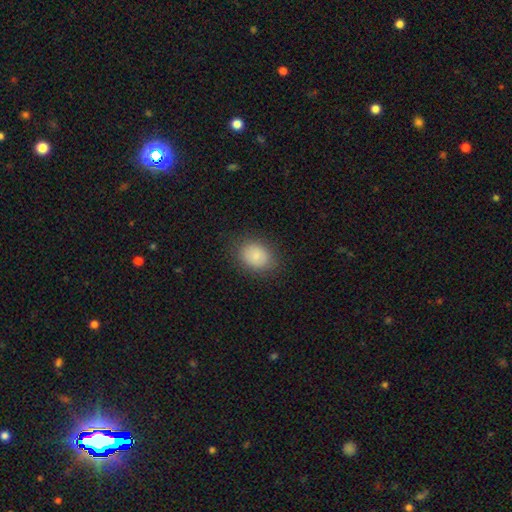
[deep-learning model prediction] A smooth galaxy with no disk features (87%) that is in between round and cigar-shaped (57%).

Vote fractions:
- Smooth or featured? smooth: 87% / star or artifact: 8% / featured or disk: 5%
- How rounded? in between: 57% / round: 42% / cigar-shaped: 1%
- Merging? none: 84% / minor disturbance: 11% / major disturbance: 4% / merger: 1%